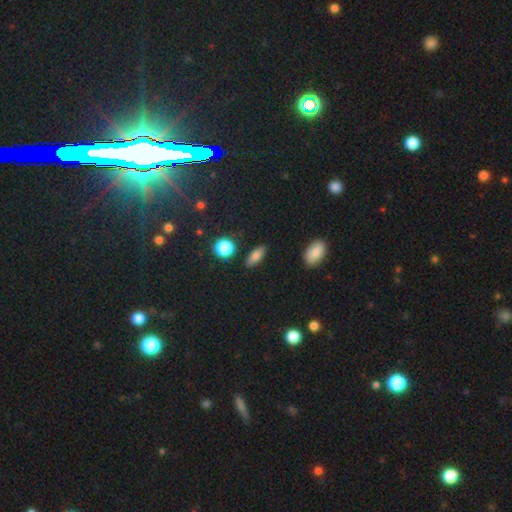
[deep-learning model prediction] Morphology: type=smooth (77%); roundness=in between (74%); merging=none (87%).